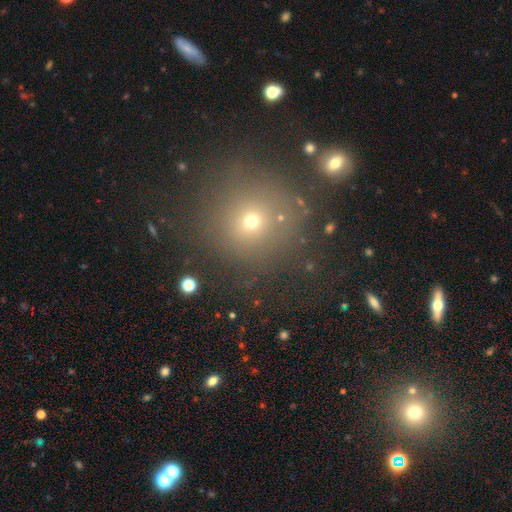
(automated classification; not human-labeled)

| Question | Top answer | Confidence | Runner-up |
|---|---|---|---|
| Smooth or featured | smooth | 52% | star or artifact (37%) |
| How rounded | round | 93% | in between (6%) |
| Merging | none | 83% | minor disturbance (9%) |